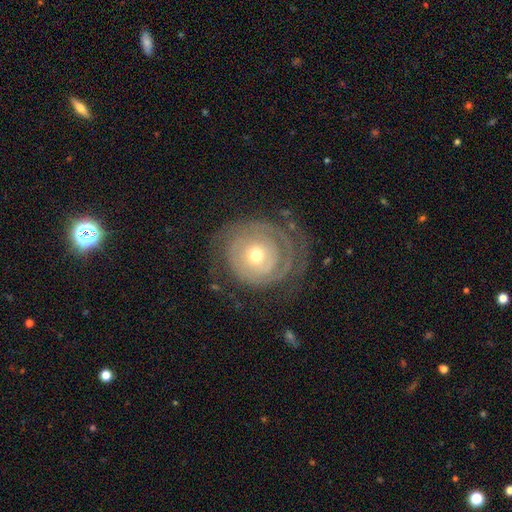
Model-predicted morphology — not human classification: smooth-or-featured: featured or disk: 72% | smooth: 22% | star or artifact: 6%
  disk-edge-on: no: 96% | yes: 4%
    bar: no: 82% | weak: 14% | strong: 4%
    has-spiral-arms: yes: 76% | no: 24%
      spiral-winding: tight: 74% | medium: 17% | loose: 9%
      spiral-arm-count: can't tell: 33% | 2: 26% | 1: 26% | 3: 8% | 4: 4% | more than 4: 3%
    bulge-size: moderate: 55% | small: 39% | large: 4% | dominant: 1% | none: 1%
  merging: none: 63% | minor disturbance: 19% | major disturbance: 17% | merger: 2%